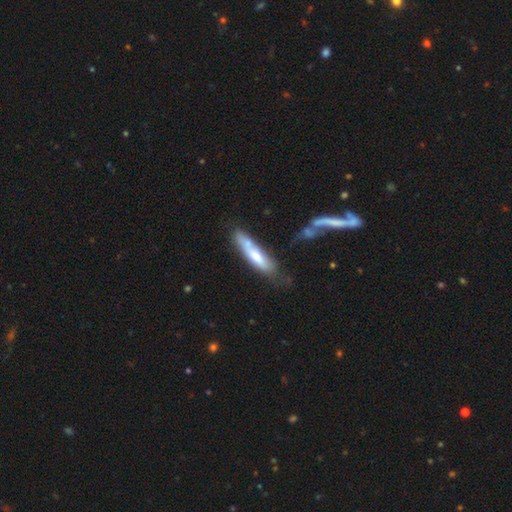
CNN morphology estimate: smooth-or-featured: smooth: 59% | featured or disk: 35% | star or artifact: 6%
  how-rounded: cigar-shaped: 77% | in between: 21% | round: 1%
  merging: none: 45% | minor disturbance: 24% | merger: 18% | major disturbance: 12%